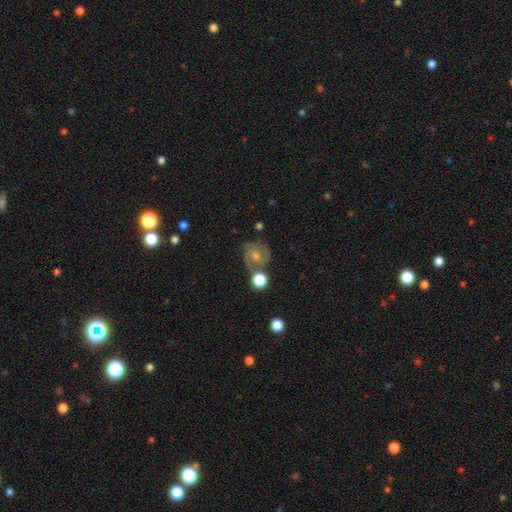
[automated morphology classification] Smooth or featured: featured or disk — 69% (smooth — 18%)
Edge-on disk: no — 98% (yes — 2%)
Bar: no — 63% (weak — 31%)
Spiral arms: yes — 92% (no — 8%)
Spiral winding: tight — 45% (medium — 44%)
Spiral arm count: 2 — 64% (can't tell — 15%)
Bulge size: moderate — 49% (small — 44%)
Merging: none — 73% (minor disturbance — 14%)